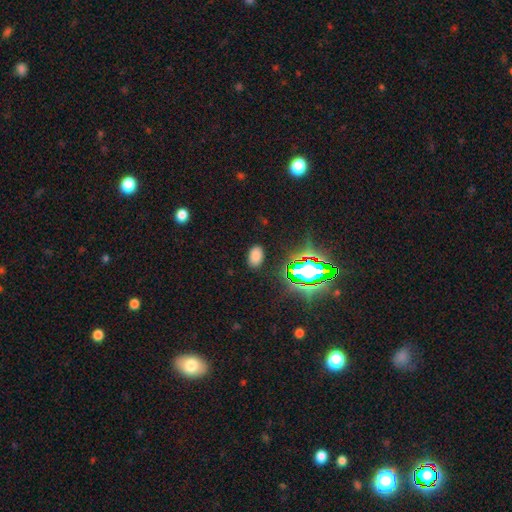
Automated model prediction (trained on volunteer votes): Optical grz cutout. It shows a smooth galaxy with no disk features (72%) that is in between round and cigar-shaped (90%). Merging: none (86%).